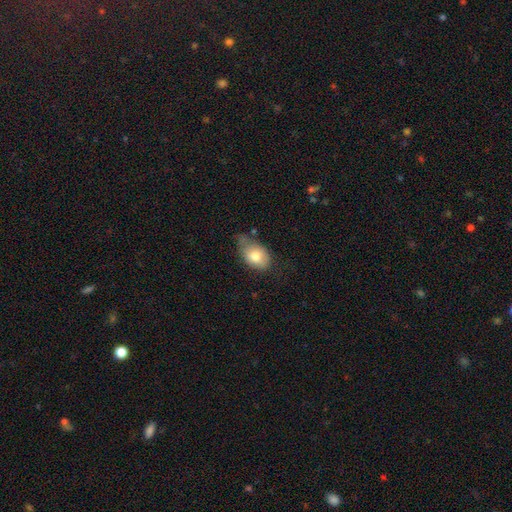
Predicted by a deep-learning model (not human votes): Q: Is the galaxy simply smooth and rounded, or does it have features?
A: smooth — 78%.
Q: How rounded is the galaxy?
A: in between — 85%.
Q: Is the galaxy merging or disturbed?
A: minor disturbance — 42%.